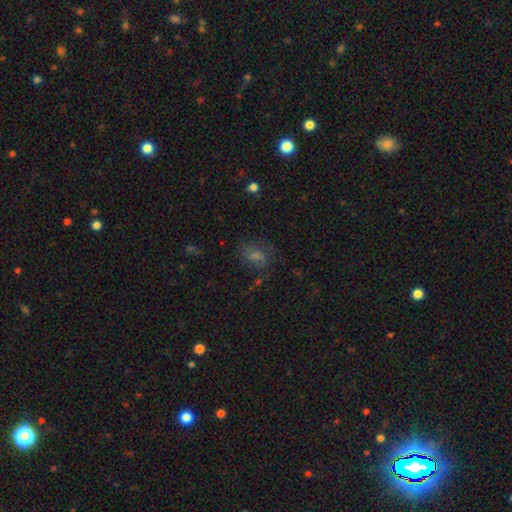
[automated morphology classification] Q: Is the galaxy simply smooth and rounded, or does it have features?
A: smooth — 45%.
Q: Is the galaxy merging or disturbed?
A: none — 68%.